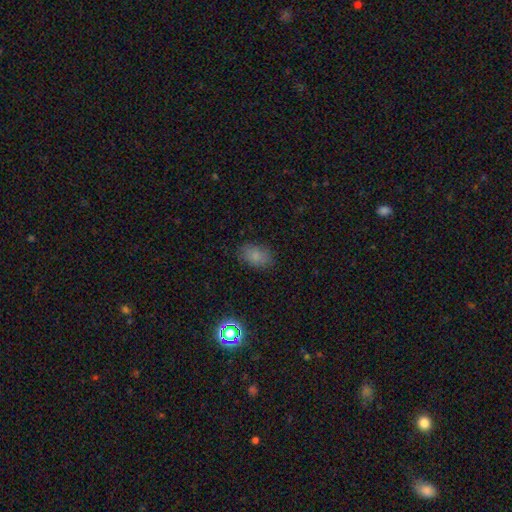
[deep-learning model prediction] Smooth or featured?
  - smooth: 81% *
  - star or artifact: 12%
  - featured or disk: 7%
How rounded?
  - in between: 86% *
  - round: 13%
  - cigar-shaped: 1%
Merging?
  - none: 83% *
  - minor disturbance: 12%
  - major disturbance: 3%
  - merger: 1%